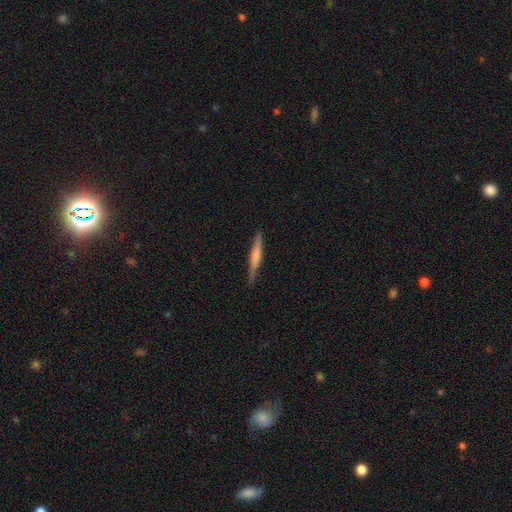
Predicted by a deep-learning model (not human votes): Morphology: type=smooth (51%); roundness=cigar-shaped (93%); merging=none (85%).